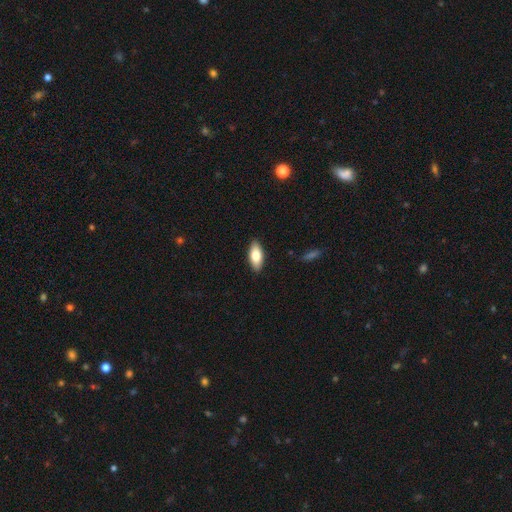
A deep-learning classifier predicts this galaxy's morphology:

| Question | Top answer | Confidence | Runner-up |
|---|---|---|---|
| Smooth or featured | smooth | 77% | featured or disk (17%) |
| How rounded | in between | 85% | cigar-shaped (13%) |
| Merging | none | 89% | minor disturbance (8%) |